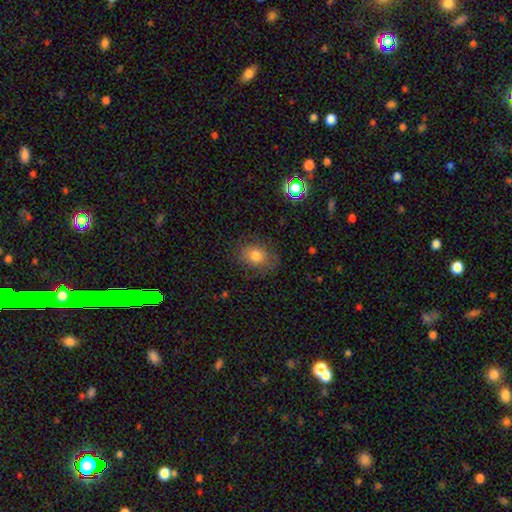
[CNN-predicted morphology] Smooth or featured? Predicted: smooth (p=0.74). How rounded? Predicted: round (p=0.52). Merging? Predicted: none (p=0.73).